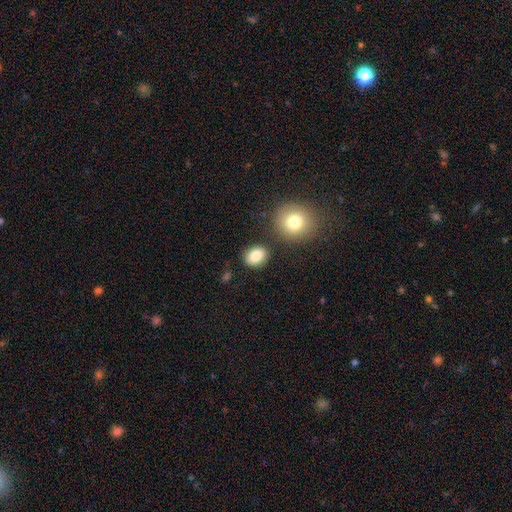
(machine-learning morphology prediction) Q: Smooth or featured?
A: smooth (84%); runner-up: star or artifact (9%)
Q: How rounded?
A: in between (60%); runner-up: round (39%)
Q: Merging?
A: none (80%); runner-up: minor disturbance (10%)